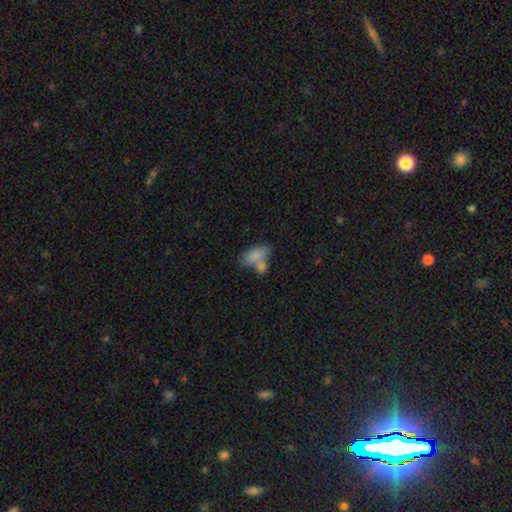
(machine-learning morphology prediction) Smooth or featured? Predicted: smooth (p=0.78). How rounded? Predicted: in between (p=0.89). Merging? Predicted: merger (p=0.51).